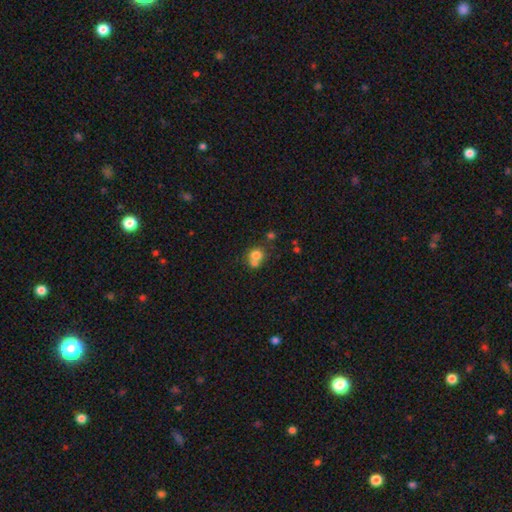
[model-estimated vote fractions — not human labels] smooth_or_featured: smooth (p=0.72) [alt: featured or disk p=0.15]
how_rounded: round (p=0.74) [alt: in between p=0.25]
merging: merger (p=0.53) [alt: none p=0.35]